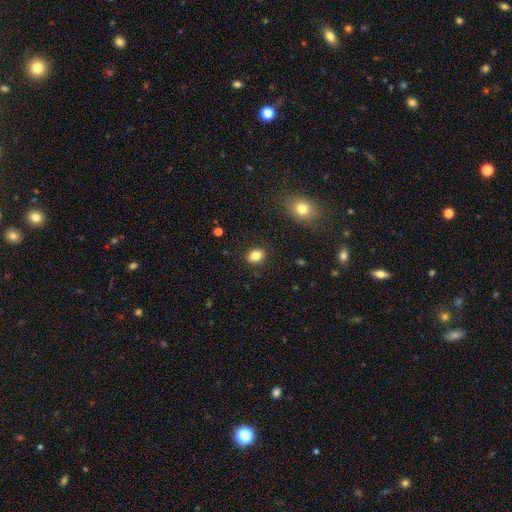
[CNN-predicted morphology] smooth-or-featured: smooth: 83% | star or artifact: 10% | featured or disk: 7%
  how-rounded: in between: 55% | round: 44% | cigar-shaped: 1%
  merging: none: 88% | minor disturbance: 8% | major disturbance: 2% | merger: 1%